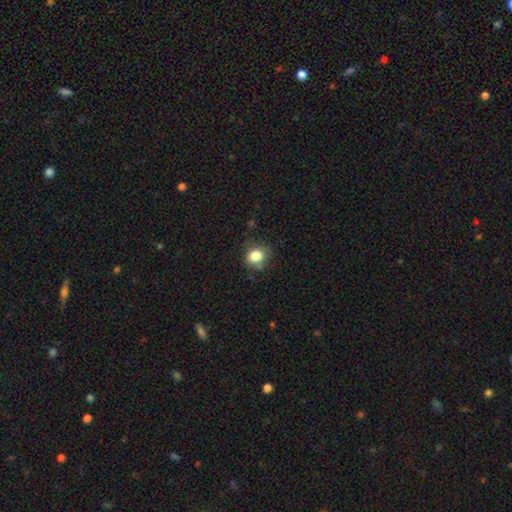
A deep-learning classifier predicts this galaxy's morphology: type=smooth (83%); roundness=round (67%); merging=none (71%).